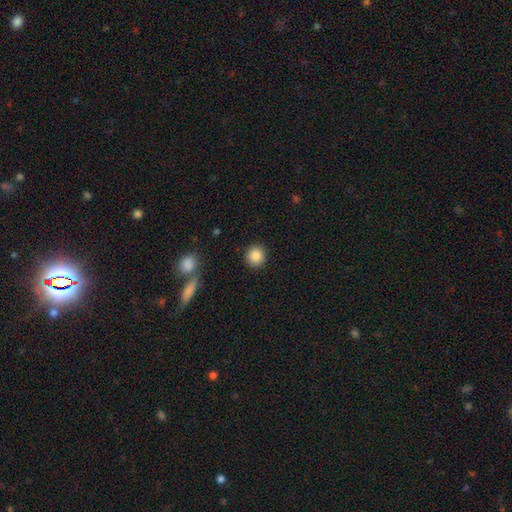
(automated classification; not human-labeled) Smooth or featured? Predicted: smooth (p=0.87). How rounded? Predicted: round (p=0.91). Merging? Predicted: none (p=0.90).